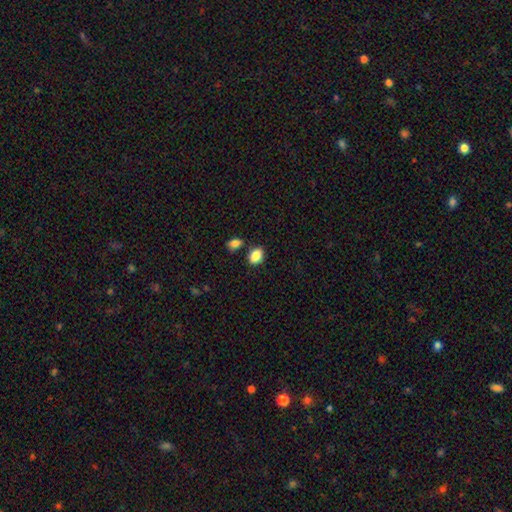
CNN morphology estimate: type=smooth (88%); roundness=in between (75%); merging=none (75%).